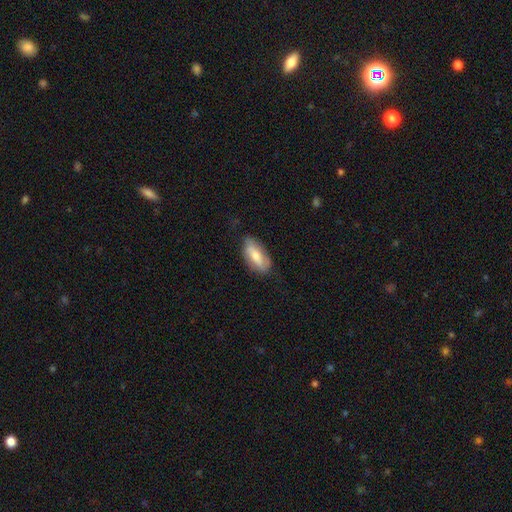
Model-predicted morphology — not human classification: Smooth or featured? Predicted: smooth (p=0.64). How rounded? Predicted: in between (p=0.86). Merging? Predicted: none (p=0.74).